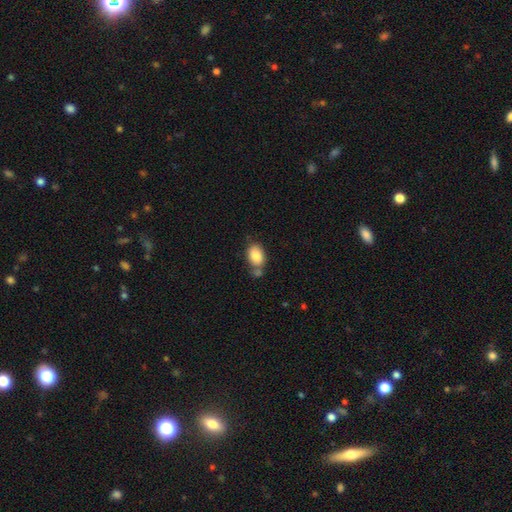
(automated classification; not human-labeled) Overall: smooth (86%). How rounded: in between (85%). Merging: none (56%; merger 22%).